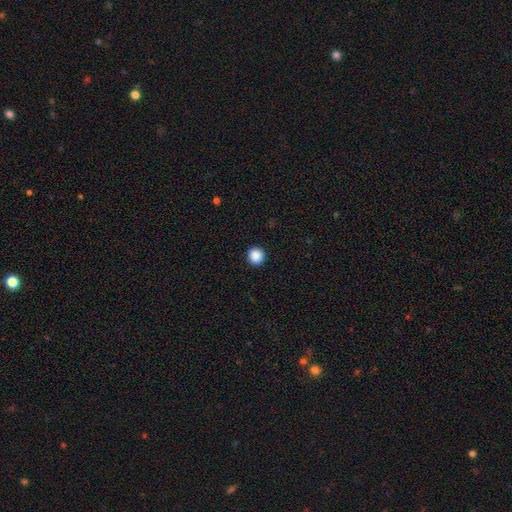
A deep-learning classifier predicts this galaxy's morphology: Smooth or featured? Predicted: smooth (p=0.88). How rounded? Predicted: round (p=0.95). Merging? Predicted: none (p=0.93).